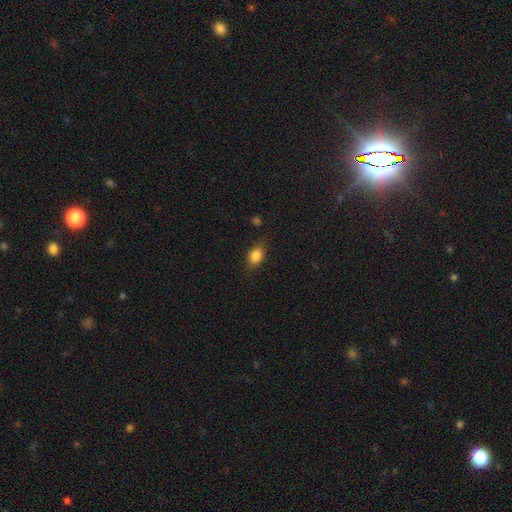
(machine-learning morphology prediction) This appears to be a smooth galaxy with no disk features (84%) that is in between round and cigar-shaped (73%). Merging: none (78%).